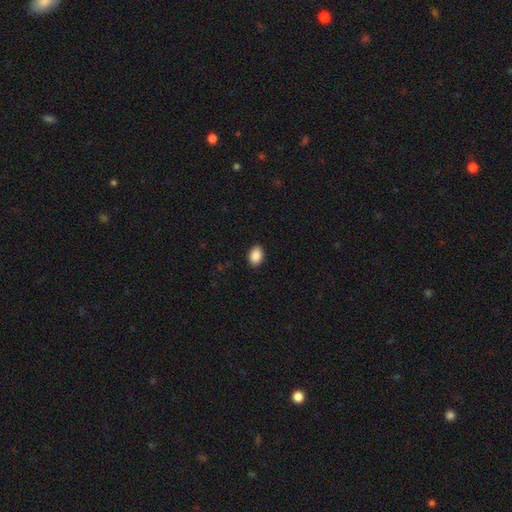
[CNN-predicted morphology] Smooth or featured? smooth (89%)
How rounded? in between (78%)
Merging? none (90%)